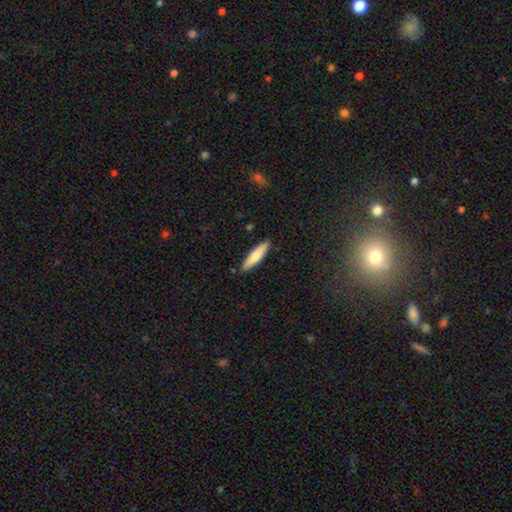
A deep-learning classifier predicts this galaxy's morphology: Smooth or featured: smooth — 67% (featured or disk — 27%)
How rounded: cigar-shaped — 79% (in between — 20%)
Merging: none — 89% (minor disturbance — 8%)